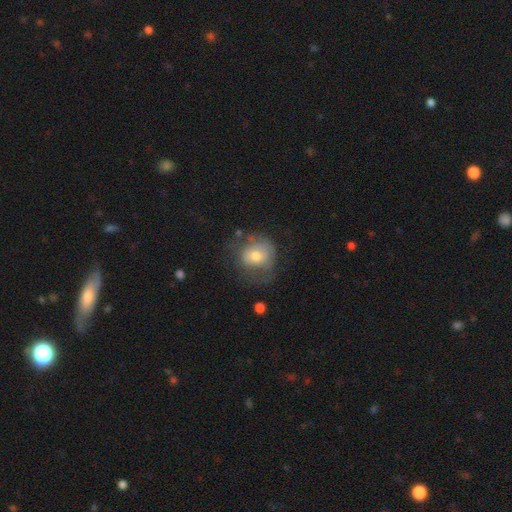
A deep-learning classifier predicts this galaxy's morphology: type=smooth (53%); roundness=round (68%); merging=none (45%).